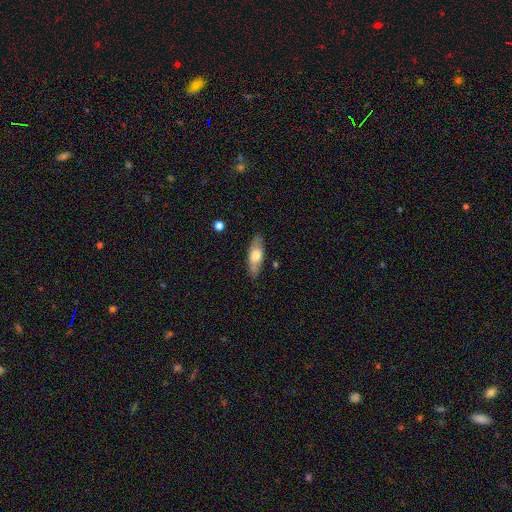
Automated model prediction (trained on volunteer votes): Smooth or featured: smooth — 61% (featured or disk — 33%)
How rounded: in between — 66% (cigar-shaped — 32%)
Merging: none — 83% (minor disturbance — 13%)